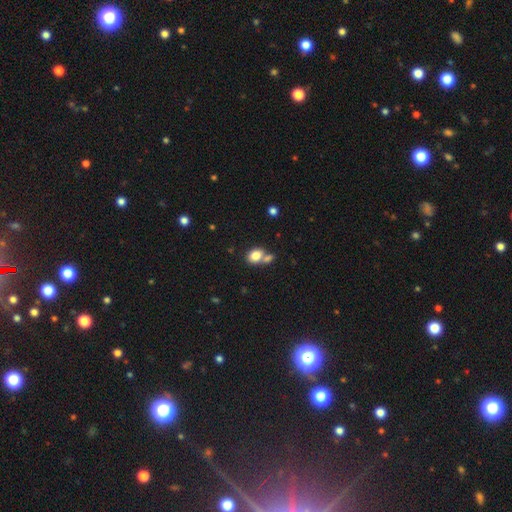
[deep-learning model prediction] This appears to be a smooth galaxy with no disk features (81%) that is in between round and cigar-shaped (59%). Merging: none (44%).